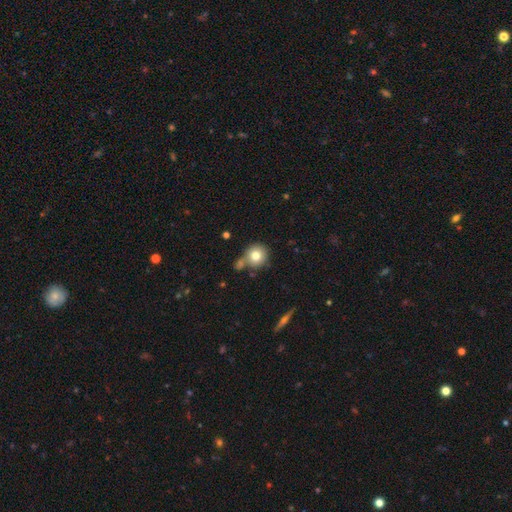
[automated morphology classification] Overall: smooth (77%). How rounded: round (90%). Merging: none (64%).